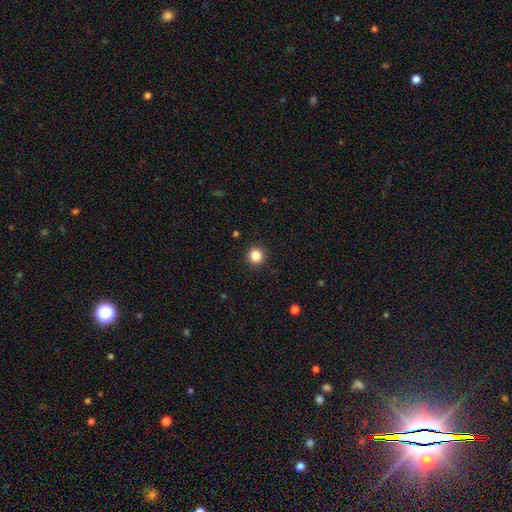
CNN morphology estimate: This appears to be a smooth galaxy with no disk features (85%) that is round (94%). Merging: none (92%).